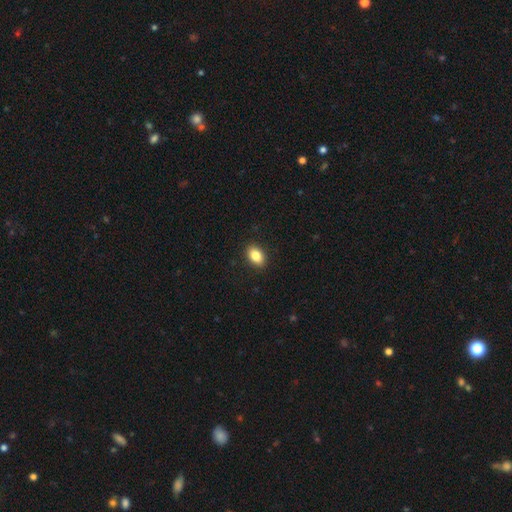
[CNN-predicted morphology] Smooth or featured: smooth — 85% (star or artifact — 8%)
How rounded: in between — 85% (round — 14%)
Merging: none — 90% (minor disturbance — 7%)